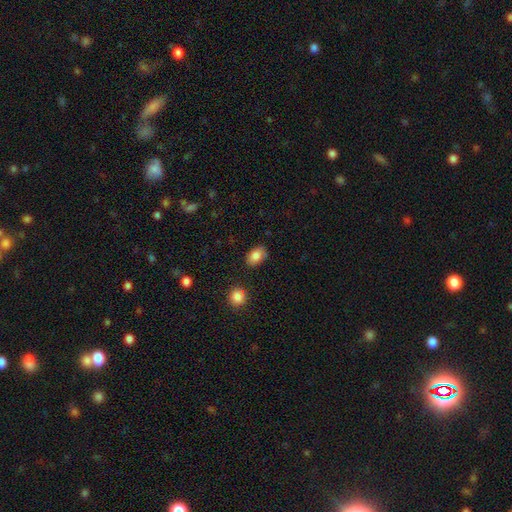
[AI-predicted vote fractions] The model was most divided on "merging": none: 78%, minor disturbance: 16%, major disturbance: 3%, merger: 3%. More confident: how rounded — in between (84%); smooth or featured — smooth (84%).